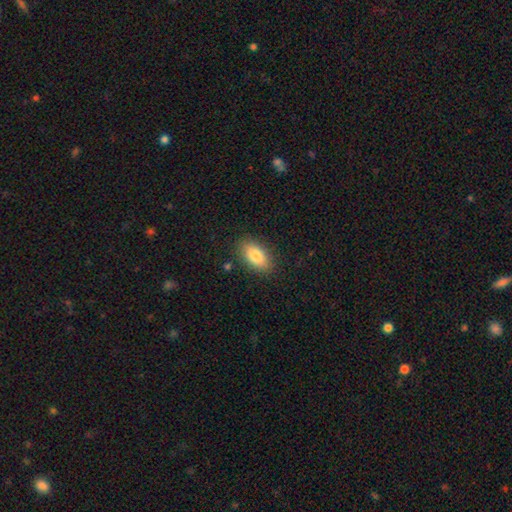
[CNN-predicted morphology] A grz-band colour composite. It shows a smooth galaxy with no disk features (83%) that is in between round and cigar-shaped (91%). Merging: none (86%).